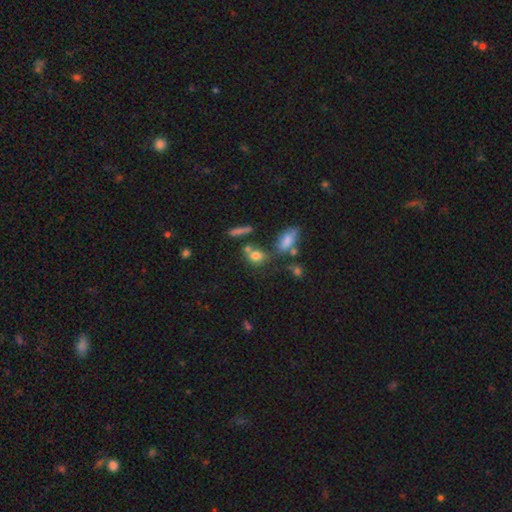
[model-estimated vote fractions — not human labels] Smooth or featured?
  - smooth: 75% *
  - star or artifact: 13%
  - featured or disk: 12%
How rounded?
  - in between: 49% *
  - round: 45%
  - cigar-shaped: 6%
Merging?
  - none: 50% *
  - merger: 27%
  - minor disturbance: 15%
  - major disturbance: 8%